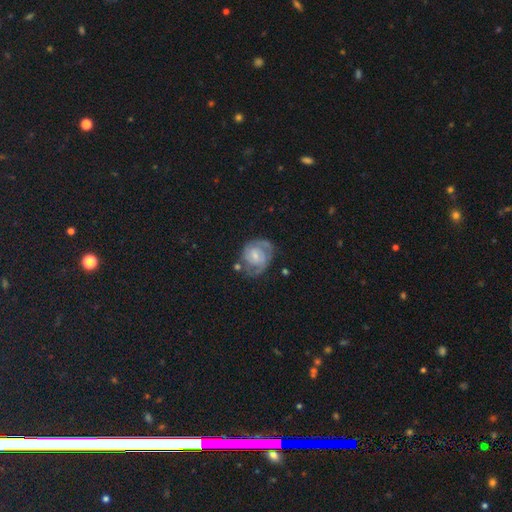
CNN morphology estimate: The model was most divided on "bar": no: 48%, weak: 44%, strong: 8%. Remaining: edge-on disk — no (98%); spiral arms — yes (88%); smooth or featured — featured or disk (72%); spiral arm count — 2 (62%); merging — none (56%); bulge size — small (51%); spiral winding — tight (50%).